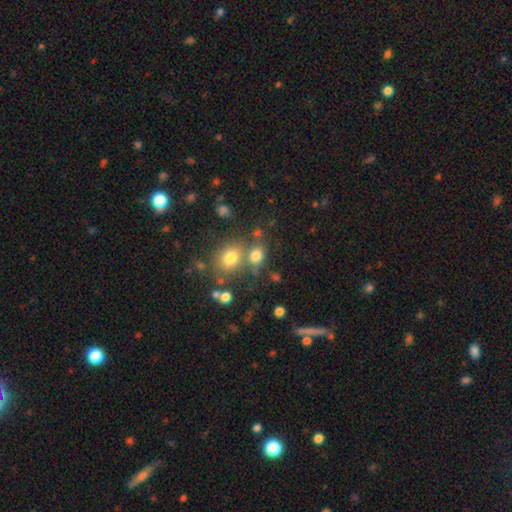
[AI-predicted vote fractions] The model was most divided on "how rounded": round: 58%, in between: 40%, cigar-shaped: 1%. More confident: smooth or featured — smooth (75%); merging — none (52%).